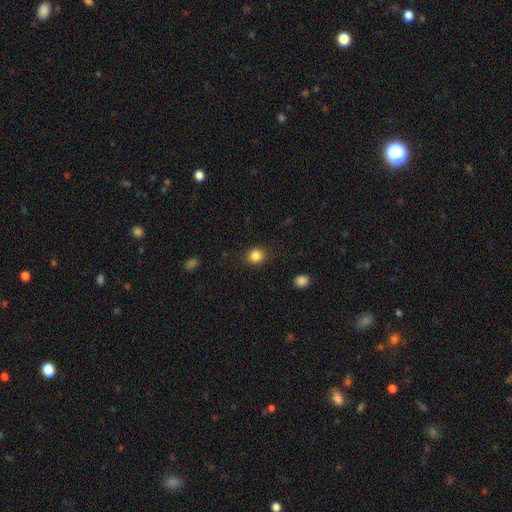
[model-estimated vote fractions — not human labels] Smooth or featured: smooth — 85% (star or artifact — 11%)
How rounded: round — 81% (in between — 18%)
Merging: none — 87% (minor disturbance — 8%)